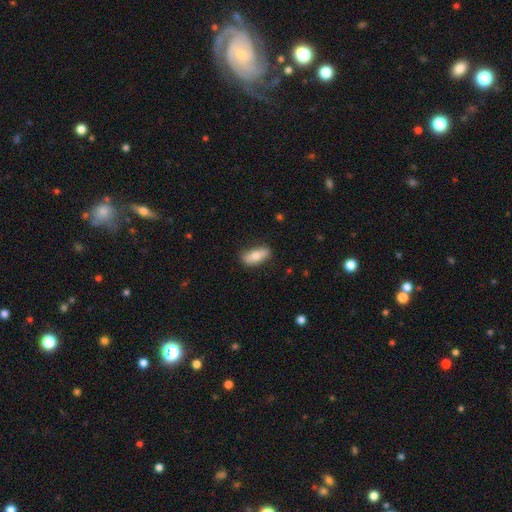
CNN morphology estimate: A smooth galaxy with no disk features (69%) that is in between round and cigar-shaped (77%).

Vote fractions:
- Smooth or featured? smooth: 69% / featured or disk: 25% / star or artifact: 6%
- How rounded? in between: 77% / cigar-shaped: 20% / round: 4%
- Merging? none: 81% / minor disturbance: 14% / major disturbance: 3% / merger: 1%